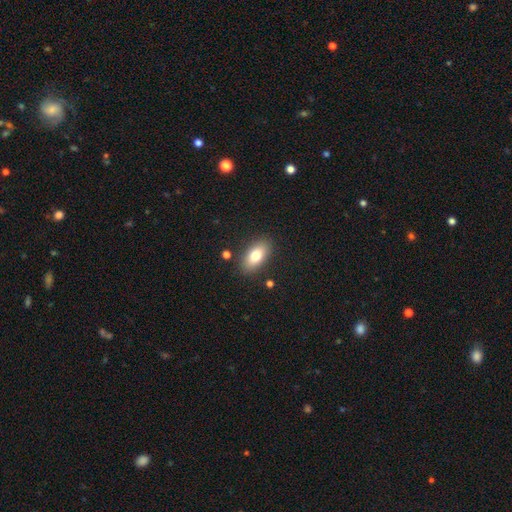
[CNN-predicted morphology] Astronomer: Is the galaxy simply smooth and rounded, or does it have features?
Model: smooth — 77%.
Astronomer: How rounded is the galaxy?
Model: in between — 89%.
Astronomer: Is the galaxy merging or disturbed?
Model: none — 85%.